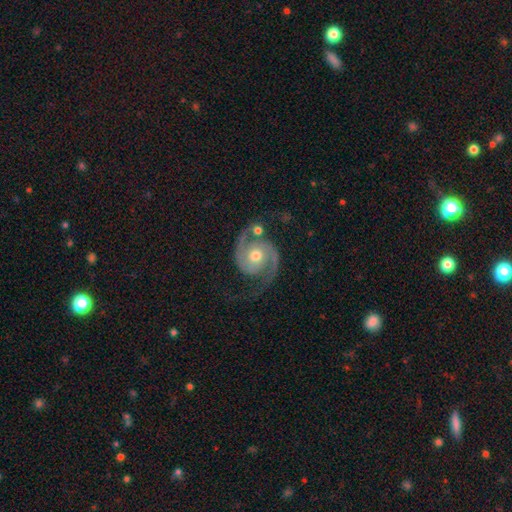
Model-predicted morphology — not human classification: Overall: featured or disk (92%). Edge-on disk: no (98%). Bar: no (70%). Spiral arms: yes (98%). Spiral arm count: 2 (94%). Spiral winding: medium (56%; tight 29%). Bulge size: moderate (75%). Merging: none (75%).